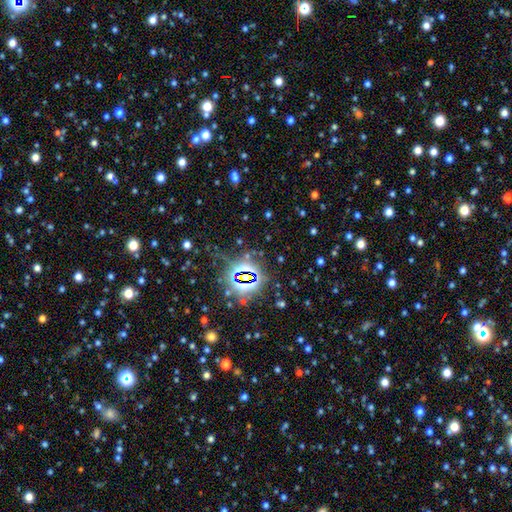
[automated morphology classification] smooth-or-featured: star or artifact: 79% | smooth: 13% | featured or disk: 9%